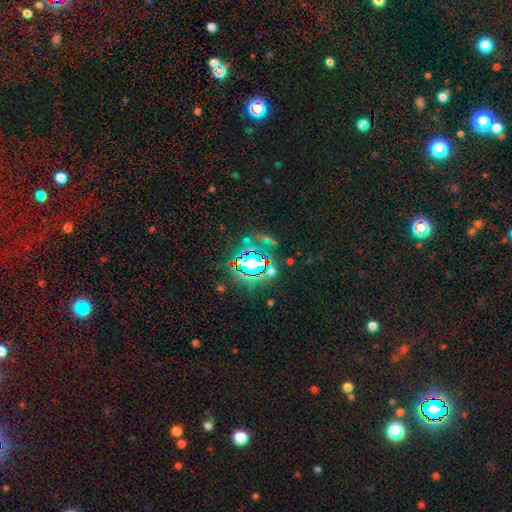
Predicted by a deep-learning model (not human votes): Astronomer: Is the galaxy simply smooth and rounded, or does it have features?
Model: star or artifact — 78%.